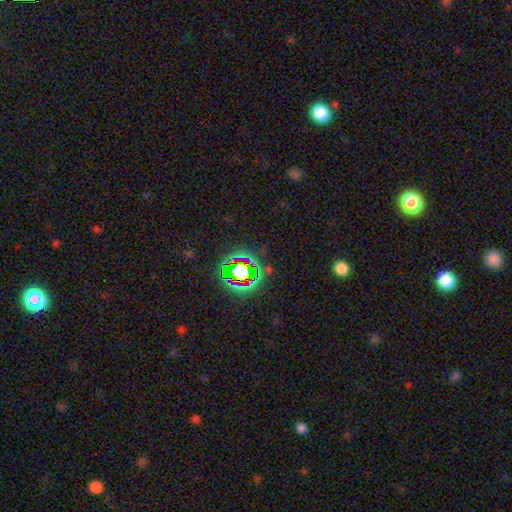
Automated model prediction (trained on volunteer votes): Smooth or featured? star or artifact (76%)